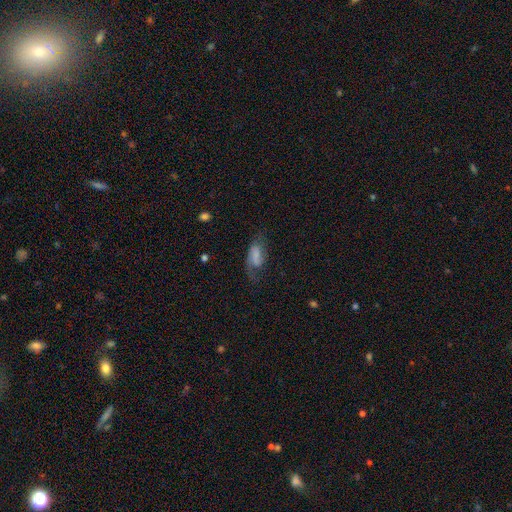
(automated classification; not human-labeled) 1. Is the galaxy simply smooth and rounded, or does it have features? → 50% featured or disk, 41% smooth, 9% star or artifact.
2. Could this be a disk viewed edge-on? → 94% no, 6% yes.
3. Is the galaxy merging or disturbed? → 45% none, 28% major disturbance, 25% minor disturbance, 3% merger.